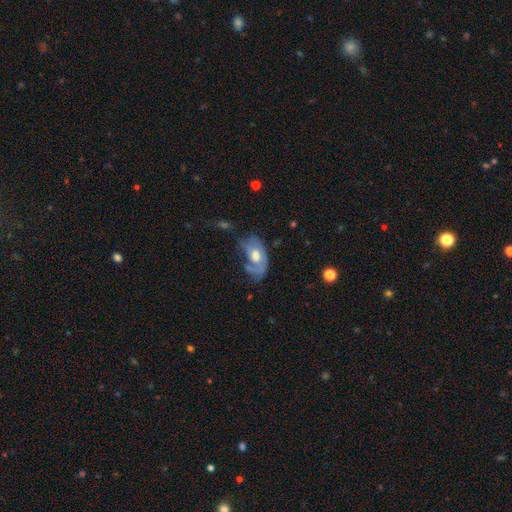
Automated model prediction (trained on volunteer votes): smooth_or_featured: featured or disk (p=0.58) [alt: smooth p=0.36]
disk_edge_on: no (p=0.93) [alt: yes p=0.07]
bar: no (p=0.72) [alt: weak p=0.23]
has_spiral_arms: yes (p=0.60) [alt: no p=0.40]
bulge_size: moderate (p=0.66) [alt: large p=0.20]
merging: major disturbance (p=0.34) [alt: none p=0.33]